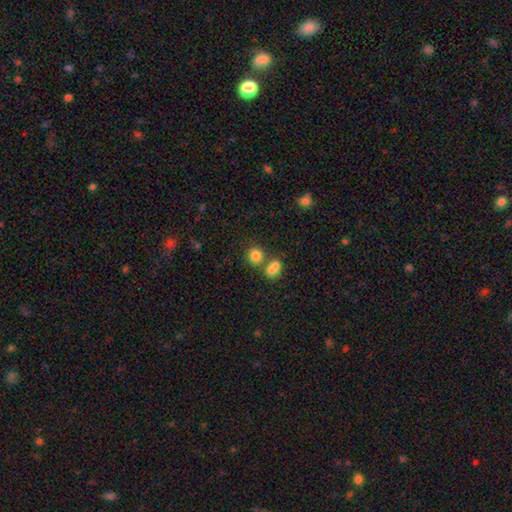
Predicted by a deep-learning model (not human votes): smooth-or-featured: smooth: 83% | star or artifact: 11% | featured or disk: 6%
  how-rounded: round: 77% | in between: 22% | cigar-shaped: 1%
  merging: none: 57% | merger: 30% | minor disturbance: 9% | major disturbance: 4%